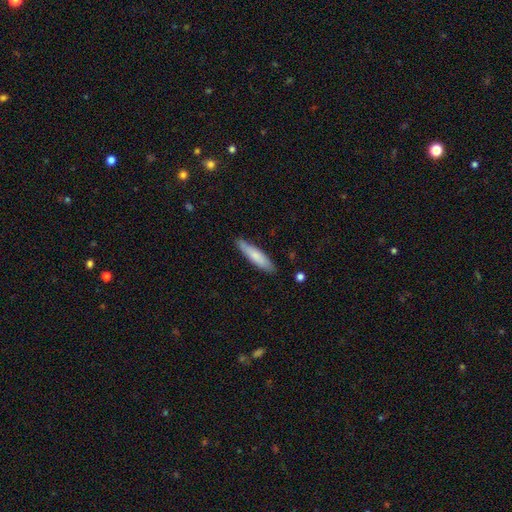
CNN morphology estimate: A smooth galaxy with no disk features (73%) that is cigar-shaped (81%). Merging: none (83%).